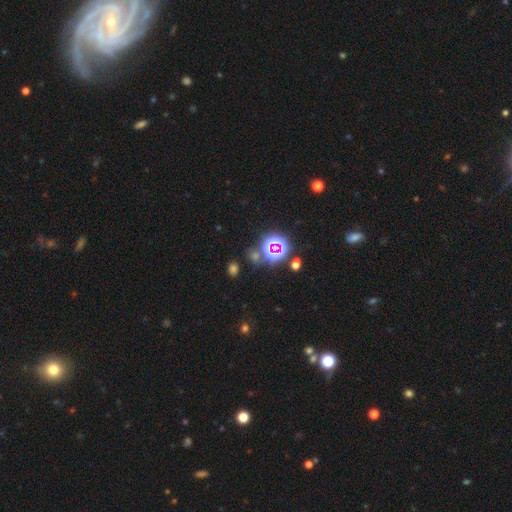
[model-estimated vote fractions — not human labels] A star or artifact, not a galaxy (65%).

Vote fractions:
- Smooth or featured? star or artifact: 65% / smooth: 27% / featured or disk: 8%